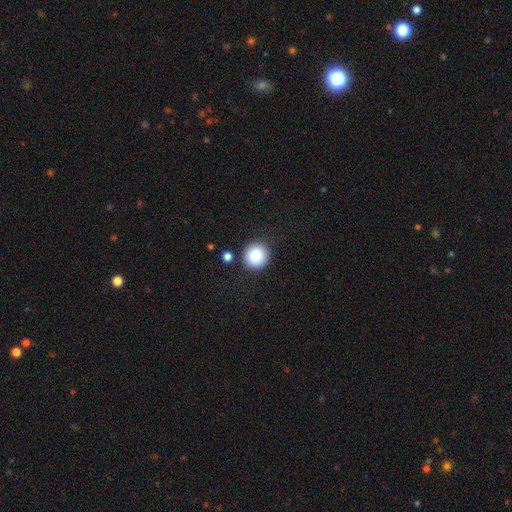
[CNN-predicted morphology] smooth 87%, star or artifact 8%, featured or disk 4%. Down the decision tree: how rounded — round (94%); merging — none (87%).